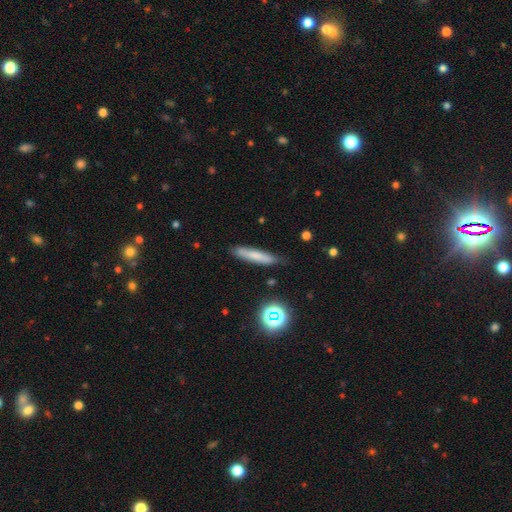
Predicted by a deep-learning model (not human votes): Smooth or featured: smooth — 70% (featured or disk — 20%)
How rounded: cigar-shaped — 89% (in between — 9%)
Merging: none — 79% (minor disturbance — 16%)